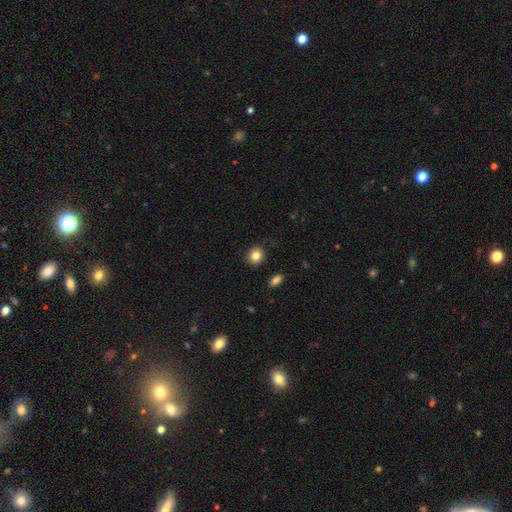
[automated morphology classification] smooth-or-featured: smooth: 83% | star or artifact: 10% | featured or disk: 7%
  how-rounded: round: 79% | in between: 20% | cigar-shaped: 1%
  merging: none: 86% | minor disturbance: 10% | major disturbance: 3% | merger: 2%